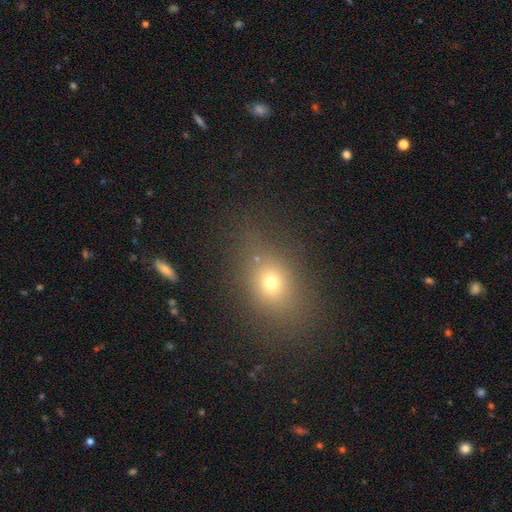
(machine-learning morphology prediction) This appears to be a smooth galaxy with no disk features (65%) that is in between round and cigar-shaped (54%). Merging: none (77%).